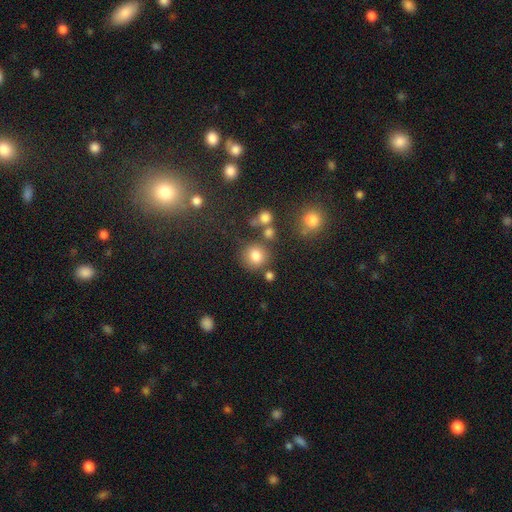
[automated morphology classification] A smooth galaxy with no disk features (79%) that is round (88%). Merging: none (74%).